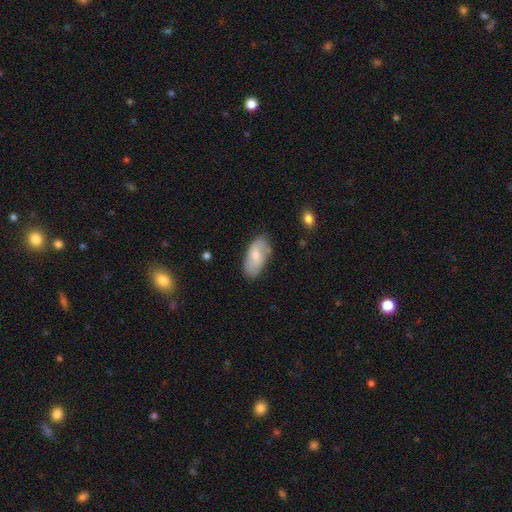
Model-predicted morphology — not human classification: Q: Smooth or featured?
A: smooth (60%); runner-up: featured or disk (33%)
Q: How rounded?
A: in between (93%); runner-up: cigar-shaped (4%)
Q: Merging?
A: none (70%); runner-up: minor disturbance (23%)